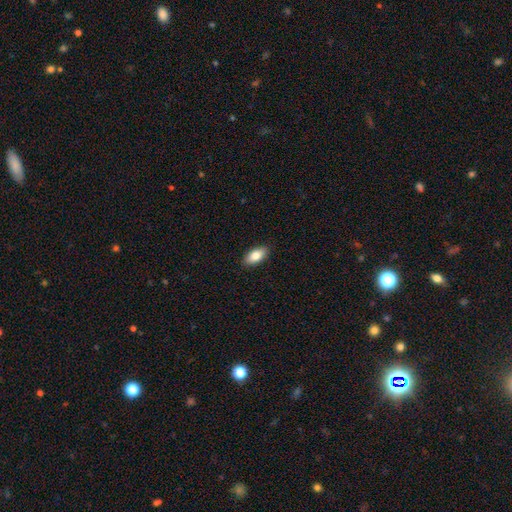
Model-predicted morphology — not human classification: Smooth or featured?
  - smooth: 82% *
  - featured or disk: 11%
  - star or artifact: 7%
How rounded?
  - in between: 90% *
  - cigar-shaped: 7%
  - round: 3%
Merging?
  - none: 89% *
  - minor disturbance: 8%
  - major disturbance: 2%
  - merger: 1%